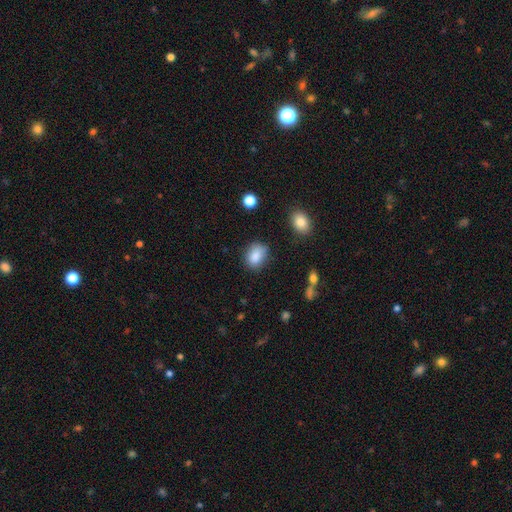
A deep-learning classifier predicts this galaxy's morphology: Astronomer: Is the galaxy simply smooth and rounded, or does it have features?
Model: smooth — 86%.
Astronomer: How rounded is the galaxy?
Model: in between — 70%.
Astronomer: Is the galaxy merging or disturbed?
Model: none — 75%.